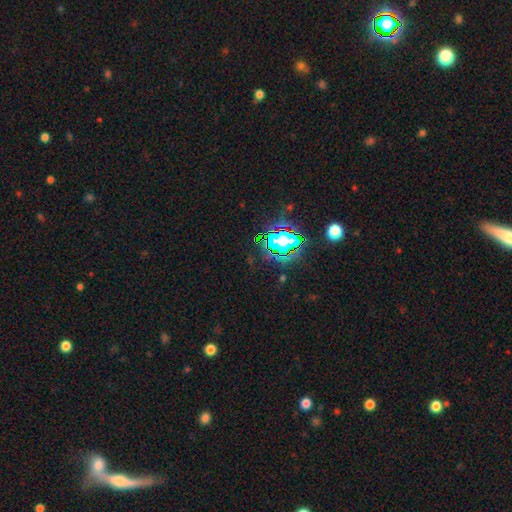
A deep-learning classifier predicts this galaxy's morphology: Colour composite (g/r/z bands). It shows a star or artifact, not a galaxy (81%).